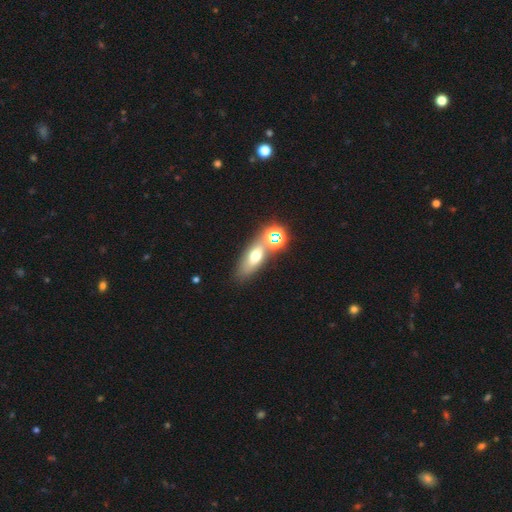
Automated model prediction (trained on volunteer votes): Morphology: type=smooth (54%); roundness=in between (62%); merging=none (59%).